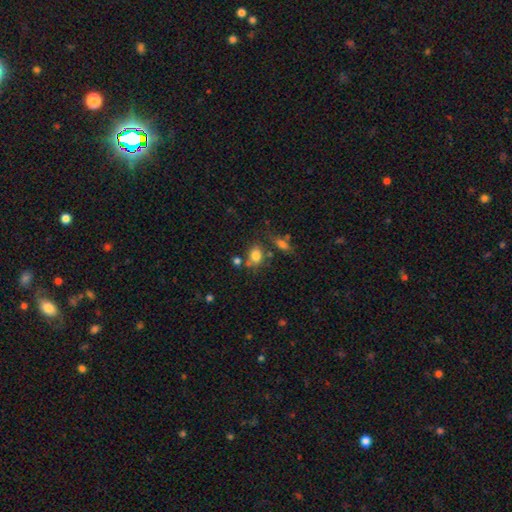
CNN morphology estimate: smooth 79%, star or artifact 11%, featured or disk 9%. Down the decision tree: how rounded — in between (69%); merging — none (60%).